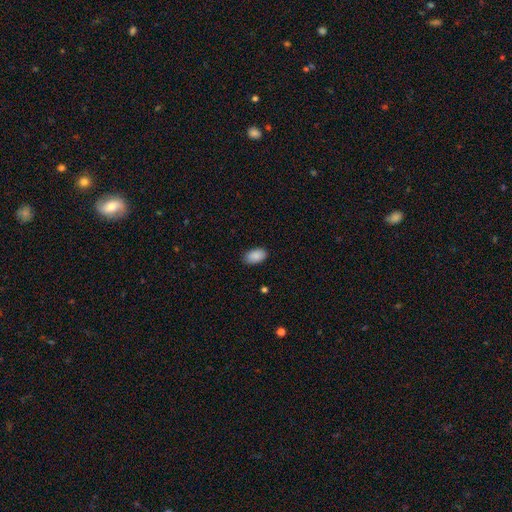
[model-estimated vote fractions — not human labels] Morphology: type=smooth (90%); roundness=in between (94%); merging=none (87%).